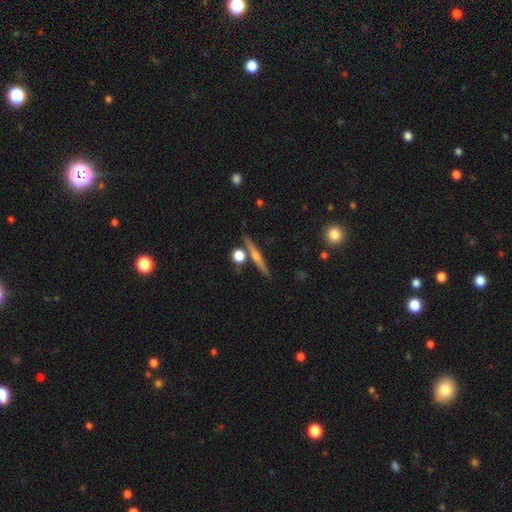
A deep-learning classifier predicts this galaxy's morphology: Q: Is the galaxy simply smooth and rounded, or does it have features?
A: featured or disk — 66%.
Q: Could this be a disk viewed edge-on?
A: yes — 97%.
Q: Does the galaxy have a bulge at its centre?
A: rounded — 76%.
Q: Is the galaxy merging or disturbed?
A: none — 83%.